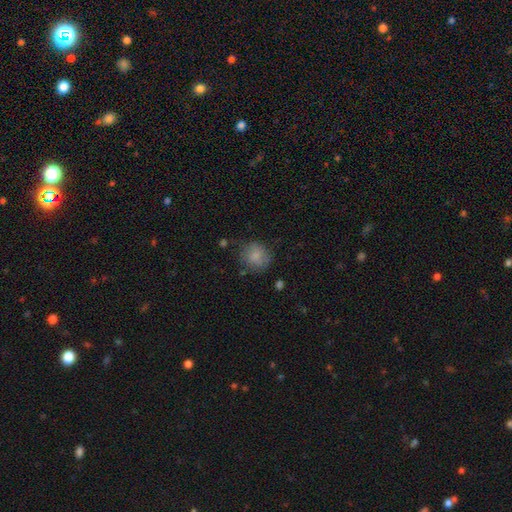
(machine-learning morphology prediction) Smooth or featured? smooth (77%)
How rounded? round (81%)
Merging? none (66%)